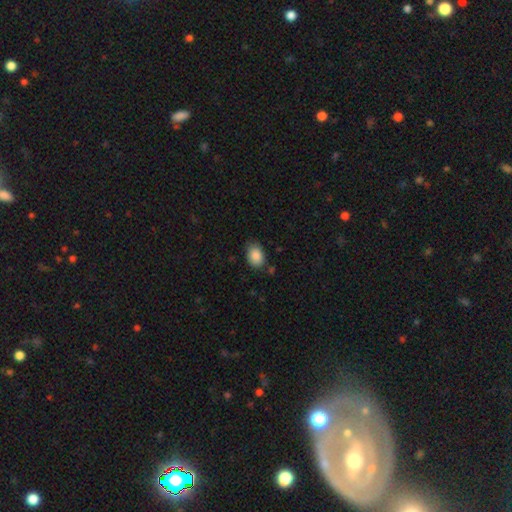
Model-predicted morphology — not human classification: Smooth or featured?
  - smooth: 88% *
  - star or artifact: 7%
  - featured or disk: 5%
How rounded?
  - in between: 80% *
  - round: 19%
  - cigar-shaped: 1%
Merging?
  - none: 77% *
  - minor disturbance: 18%
  - major disturbance: 3%
  - merger: 2%